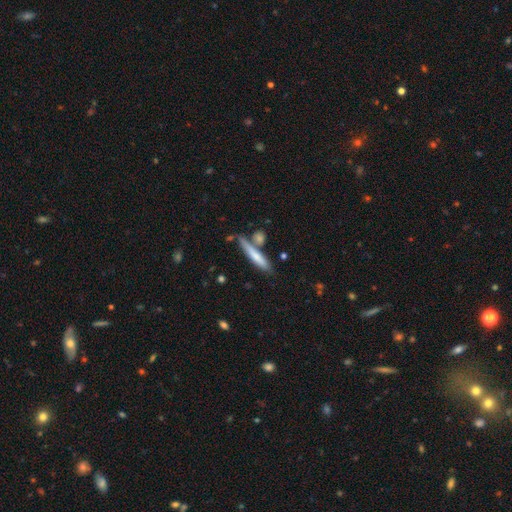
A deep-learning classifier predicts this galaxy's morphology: smooth_or_featured: smooth (p=0.65) [alt: featured or disk p=0.29]
how_rounded: cigar-shaped (p=0.88) [alt: in between p=0.10]
merging: none (p=0.64) [alt: merger p=0.16]